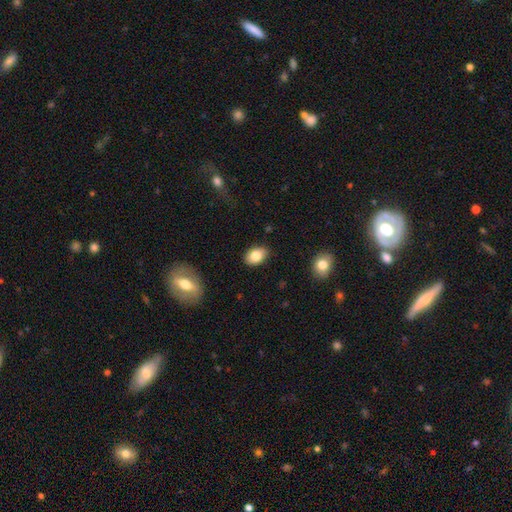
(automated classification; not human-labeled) Q: Smooth or featured?
A: smooth (84%); runner-up: featured or disk (8%)
Q: How rounded?
A: in between (83%); runner-up: round (15%)
Q: Merging?
A: none (85%); runner-up: minor disturbance (11%)